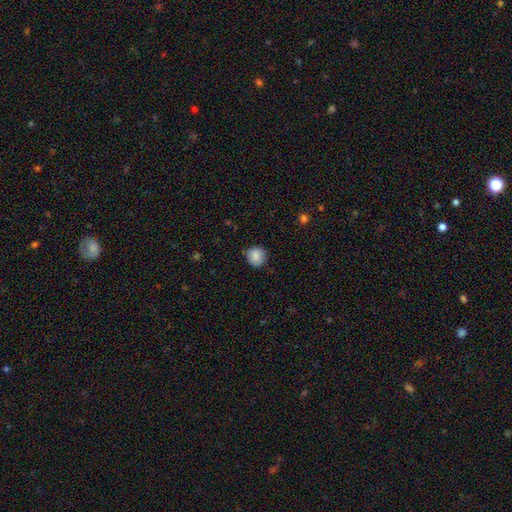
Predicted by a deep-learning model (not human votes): The model was most divided on "merging": none: 84%, minor disturbance: 13%, major disturbance: 3%, merger: 1%. More confident: how rounded — round (90%); smooth or featured — smooth (85%).